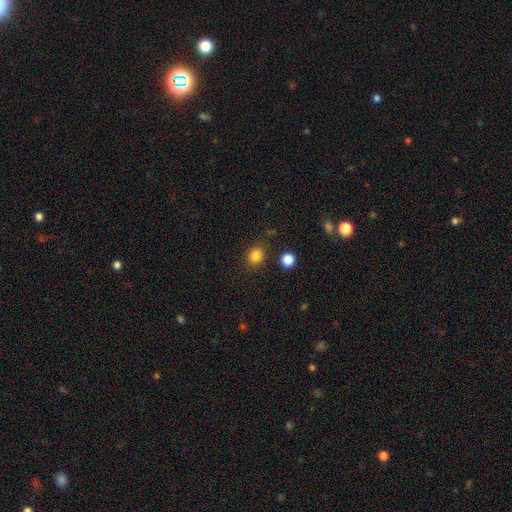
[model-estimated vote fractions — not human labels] A smooth galaxy with no disk features (83%) that is round (77%). Merging: none (85%).